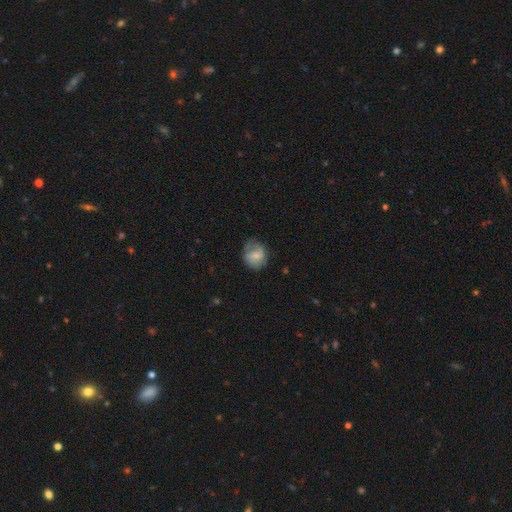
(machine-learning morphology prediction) This appears to be a smooth galaxy with no disk features (55%) that is round (59%). Merging: none (57%).